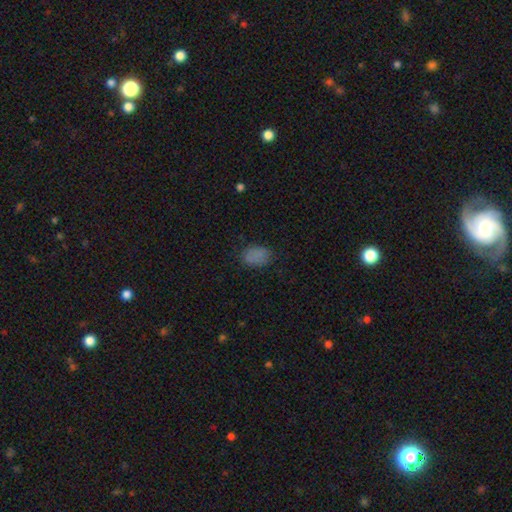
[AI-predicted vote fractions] A smooth galaxy with no disk features (80%) that is in between round and cigar-shaped (83%).

Vote fractions:
- Smooth or featured? smooth: 80% / star or artifact: 13% / featured or disk: 7%
- How rounded? in between: 83% / round: 16% / cigar-shaped: 1%
- Merging? none: 77% / minor disturbance: 17% / major disturbance: 5% / merger: 1%